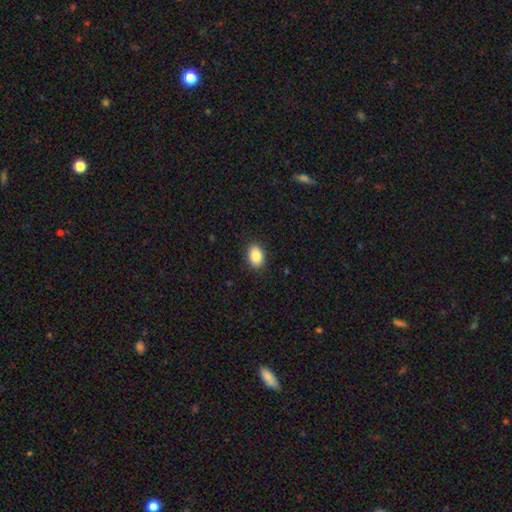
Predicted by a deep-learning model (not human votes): Overall: smooth (86%). How rounded: in between (80%). Merging: none (89%).